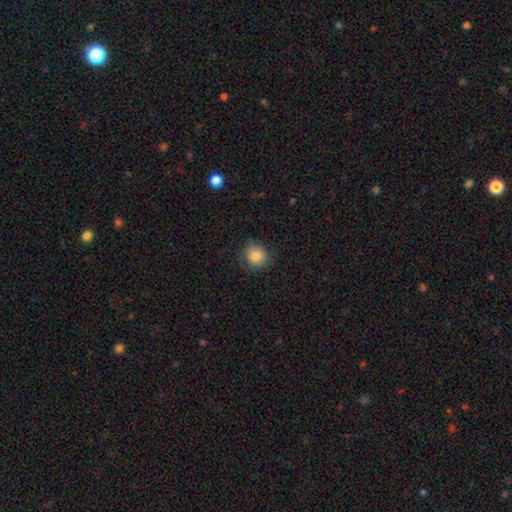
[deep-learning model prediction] smooth-or-featured: smooth: 86% | star or artifact: 9% | featured or disk: 5%
  how-rounded: round: 87% | in between: 12% | cigar-shaped: 1%
  merging: none: 82% | minor disturbance: 13% | major disturbance: 4% | merger: 1%